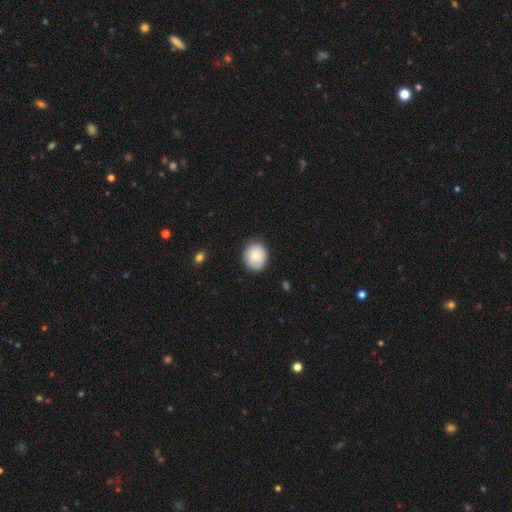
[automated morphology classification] smooth 79%, featured or disk 14%, star or artifact 7%. Down the decision tree: how rounded — round (68%); merging — none (80%).